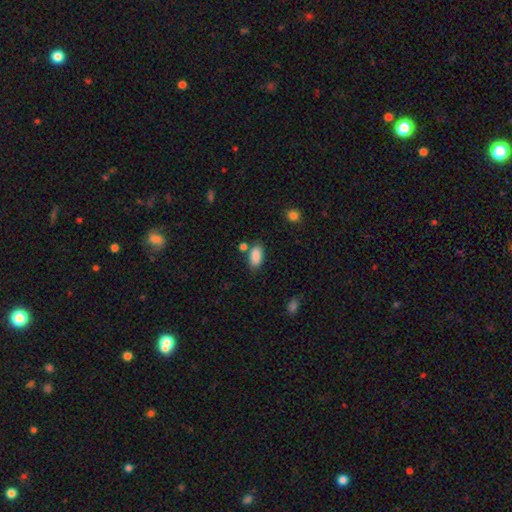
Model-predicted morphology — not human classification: smooth 87%, star or artifact 8%, featured or disk 5%. Down the decision tree: how rounded — in between (91%); merging — none (73%).